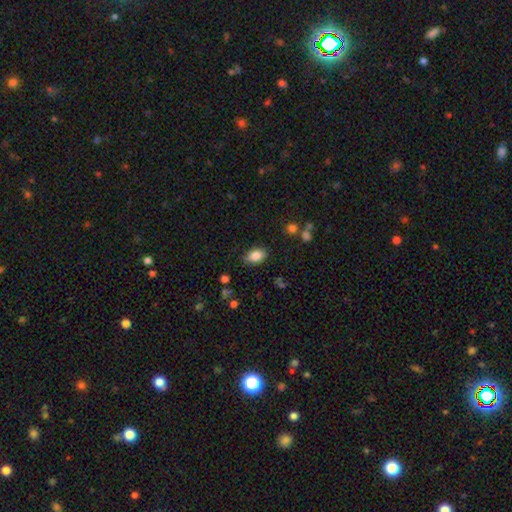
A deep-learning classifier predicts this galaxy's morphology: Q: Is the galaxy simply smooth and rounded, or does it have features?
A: smooth — 85%.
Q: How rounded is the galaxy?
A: in between — 89%.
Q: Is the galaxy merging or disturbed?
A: none — 83%.